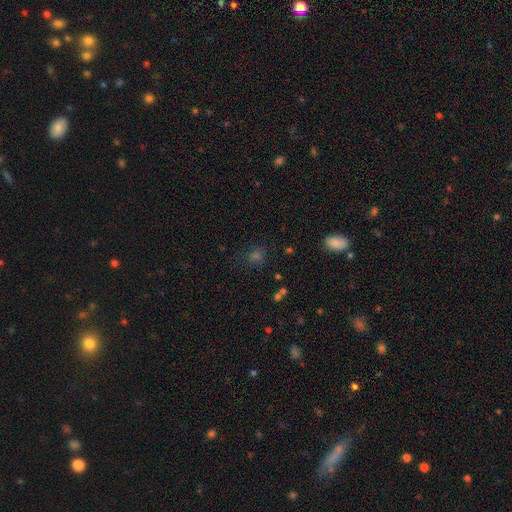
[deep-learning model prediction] smooth-or-featured: smooth: 61% | star or artifact: 31% | featured or disk: 8%
  how-rounded: round: 69% | in between: 29% | cigar-shaped: 2%
  merging: none: 79% | minor disturbance: 13% | major disturbance: 5% | merger: 3%